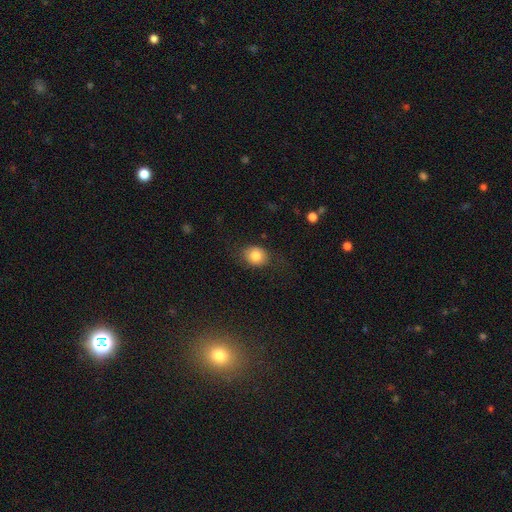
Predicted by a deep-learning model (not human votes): The model was most divided on "how rounded": round: 55%, in between: 44%, cigar-shaped: 1%. More confident: smooth or featured — smooth (81%); merging — none (76%).